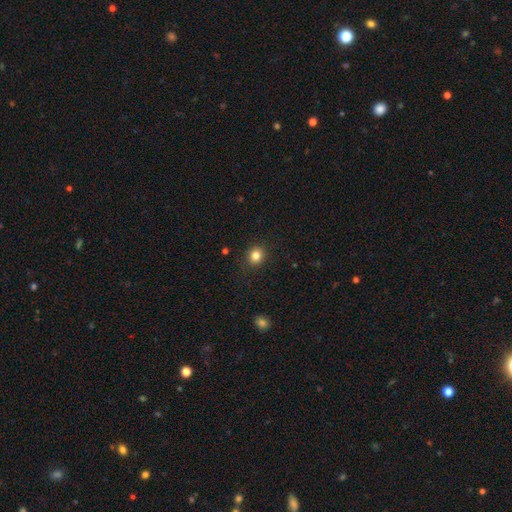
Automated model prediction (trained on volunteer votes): smooth 83%, star or artifact 11%, featured or disk 5%. Down the decision tree: how rounded — round (79%); merging — none (89%).